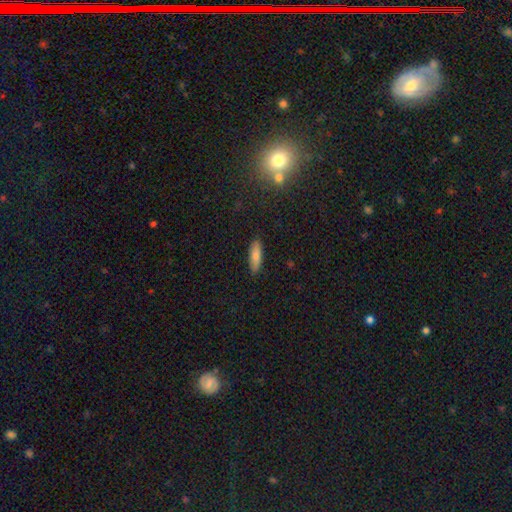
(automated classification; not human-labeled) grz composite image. It shows a smooth galaxy with no disk features (77%) that is in between round and cigar-shaped (52%). Merging: none (89%).